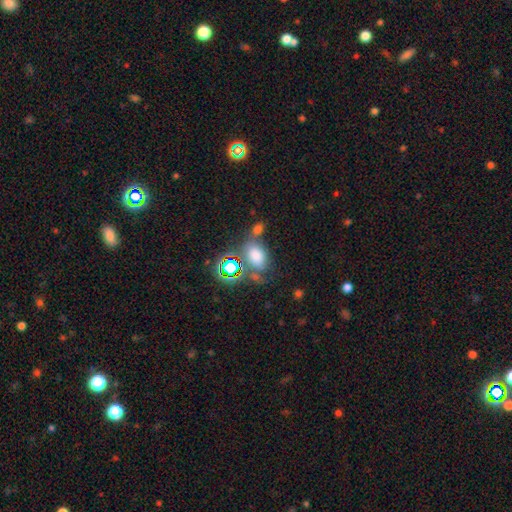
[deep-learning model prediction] smooth 67%, star or artifact 23%, featured or disk 10%. Down the decision tree: how rounded — in between (73%); merging — none (50%).